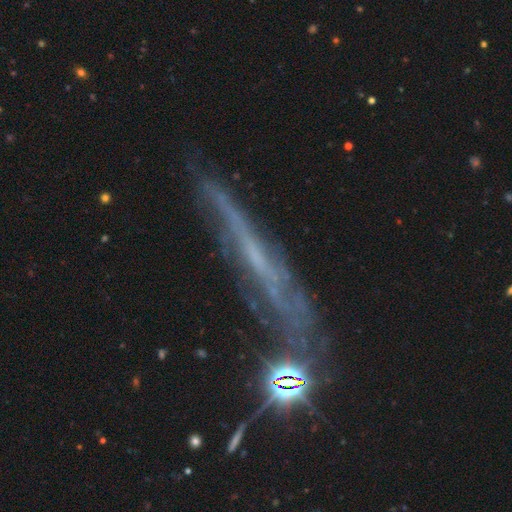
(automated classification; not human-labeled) Q: Smooth or featured?
A: featured or disk (67%); runner-up: smooth (19%)
Q: Edge-on disk?
A: yes (75%); runner-up: no (25%)
Q: Edge-on bulge?
A: none (76%); runner-up: rounded (16%)
Q: Merging?
A: none (64%); runner-up: minor disturbance (21%)